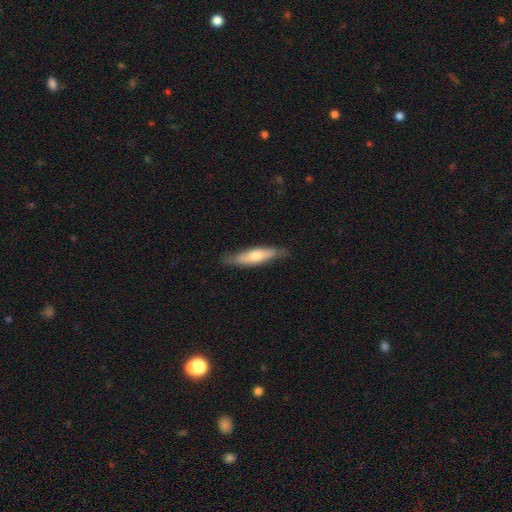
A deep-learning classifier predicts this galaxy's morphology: Smooth or featured? smooth (61%)
How rounded? cigar-shaped (79%)
Merging? none (83%)